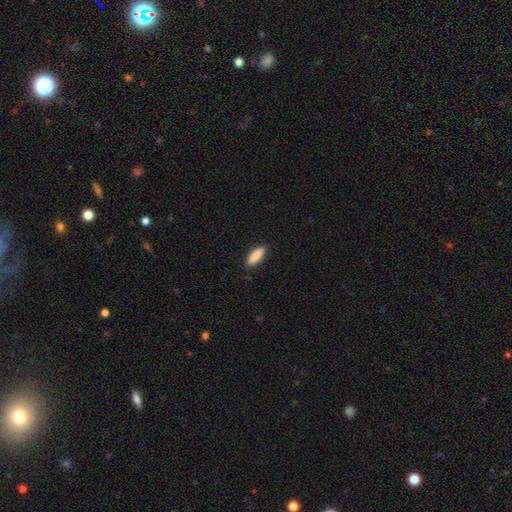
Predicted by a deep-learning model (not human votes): smooth_or_featured: smooth (p=0.88) [alt: featured or disk p=0.07]
how_rounded: in between (p=0.63) [alt: cigar-shaped p=0.35]
merging: none (p=0.87) [alt: minor disturbance p=0.10]